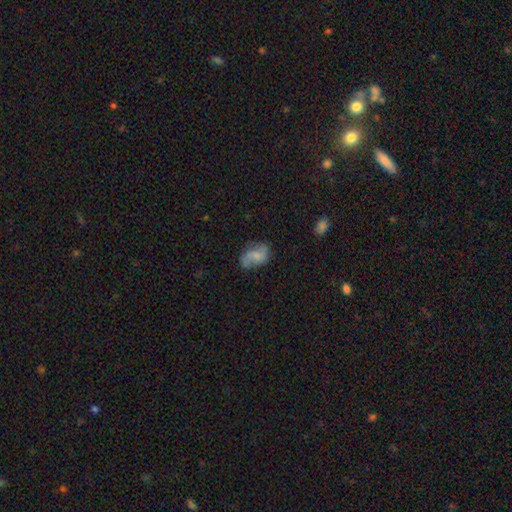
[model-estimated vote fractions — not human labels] Smooth or featured: smooth — 53% (featured or disk — 38%)
How rounded: in between — 84% (round — 14%)
Merging: none — 50% (minor disturbance — 30%)